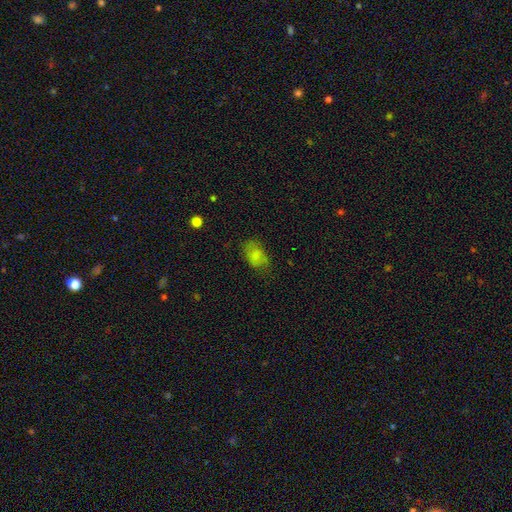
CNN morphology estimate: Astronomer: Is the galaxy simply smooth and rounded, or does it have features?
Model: smooth — 77%.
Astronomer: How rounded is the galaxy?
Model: in between — 86%.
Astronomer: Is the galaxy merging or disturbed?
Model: none — 61%.